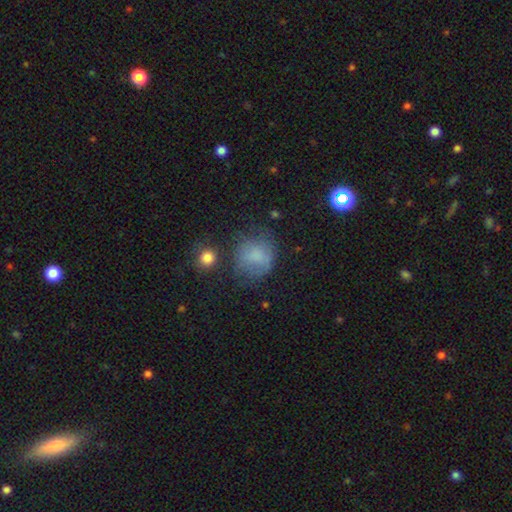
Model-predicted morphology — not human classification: smooth-or-featured: smooth: 68% | featured or disk: 20% | star or artifact: 13%
  how-rounded: round: 71% | in between: 28% | cigar-shaped: 1%
  merging: none: 50% | minor disturbance: 27% | major disturbance: 20% | merger: 4%